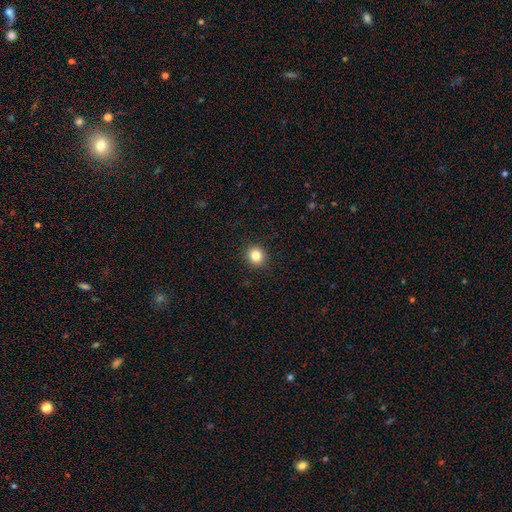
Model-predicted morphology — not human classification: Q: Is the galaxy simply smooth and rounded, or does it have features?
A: smooth — 83%.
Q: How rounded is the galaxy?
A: round — 82%.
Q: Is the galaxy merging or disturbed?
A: none — 91%.